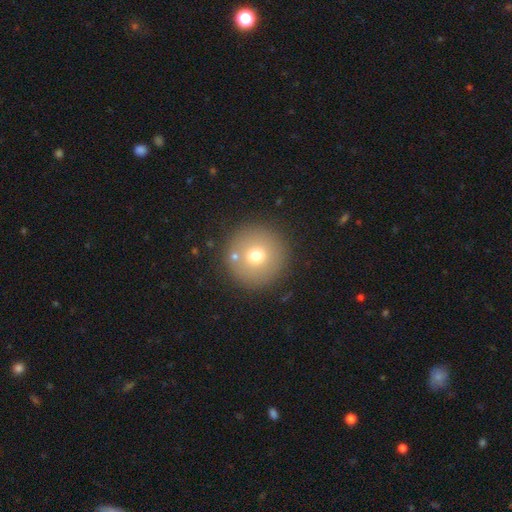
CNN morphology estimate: Overall: smooth (71%). How rounded: round (96%). Merging: none (86%).